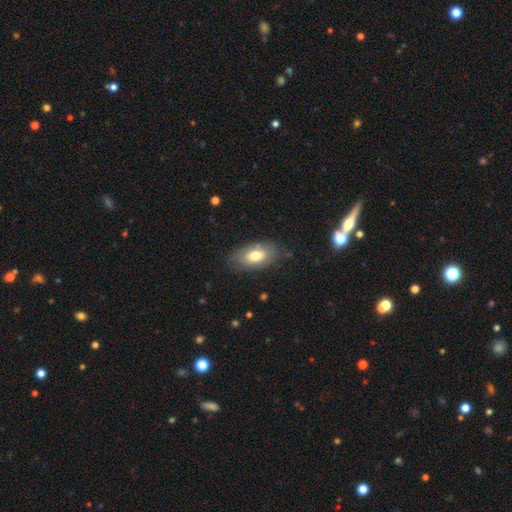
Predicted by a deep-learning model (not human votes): Smooth or featured? smooth (73%)
How rounded? in between (92%)
Merging? none (77%)